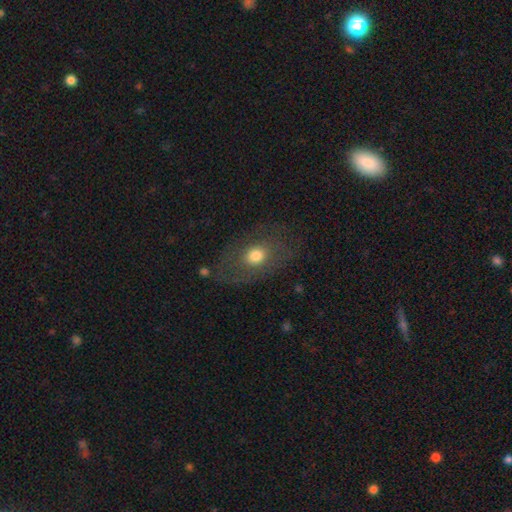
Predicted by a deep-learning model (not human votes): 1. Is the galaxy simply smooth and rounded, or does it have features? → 56% smooth, 33% featured or disk, 11% star or artifact.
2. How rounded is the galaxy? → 67% in between, 31% round, 2% cigar-shaped.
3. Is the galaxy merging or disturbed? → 70% none, 16% minor disturbance, 12% major disturbance, 2% merger.